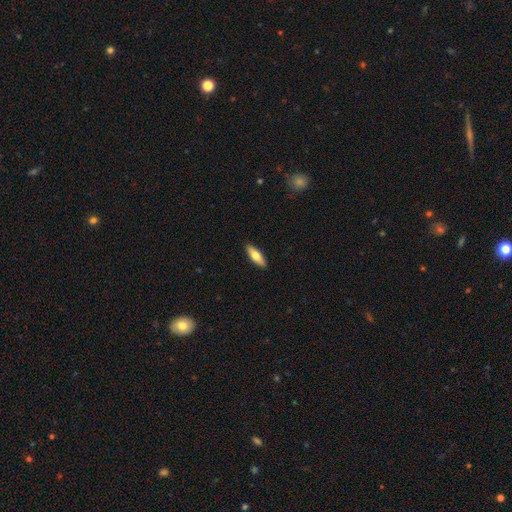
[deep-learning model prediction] This appears to be a smooth galaxy with no disk features (68%) that is in between round and cigar-shaped (55%). Merging: none (90%).